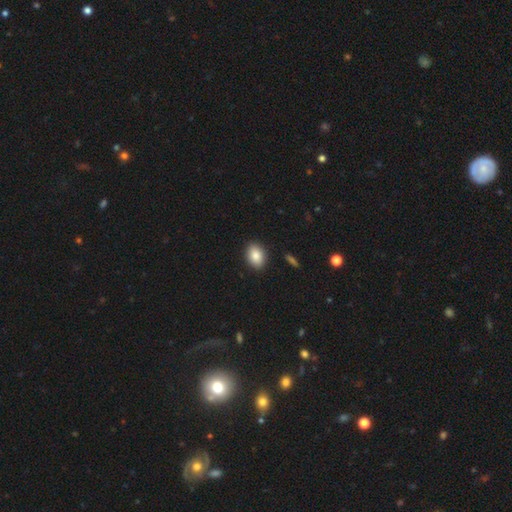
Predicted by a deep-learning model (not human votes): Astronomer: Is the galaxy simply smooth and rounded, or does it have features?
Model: smooth — 87%.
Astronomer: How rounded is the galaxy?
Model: in between — 78%.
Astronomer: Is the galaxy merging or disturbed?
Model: none — 90%.